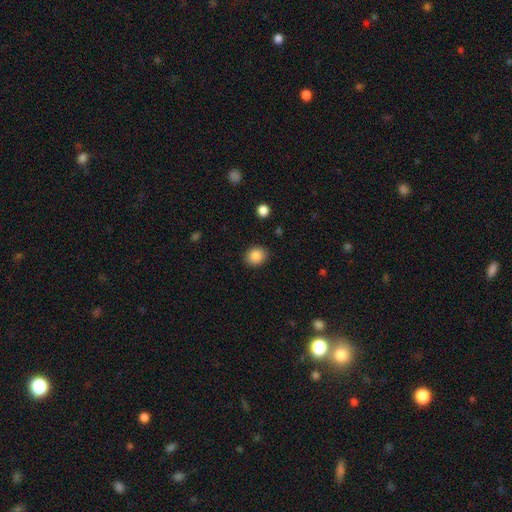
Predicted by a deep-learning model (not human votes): This is clearly a smooth galaxy (87%). How rounded: likely round (62%). Merging: clearly none (88%).